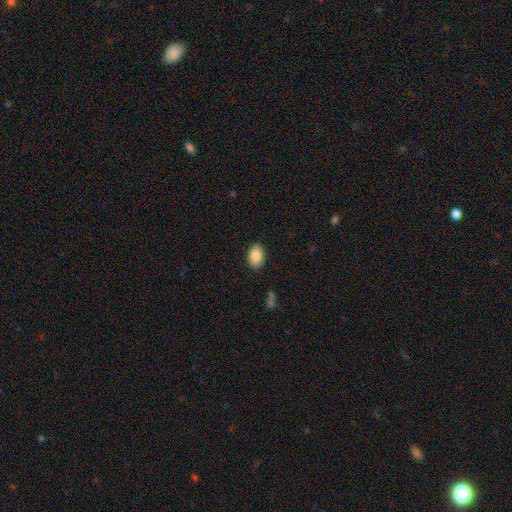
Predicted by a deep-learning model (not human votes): Smooth or featured? Predicted: smooth (p=0.87). How rounded? Predicted: in between (p=0.88). Merging? Predicted: none (p=0.87).